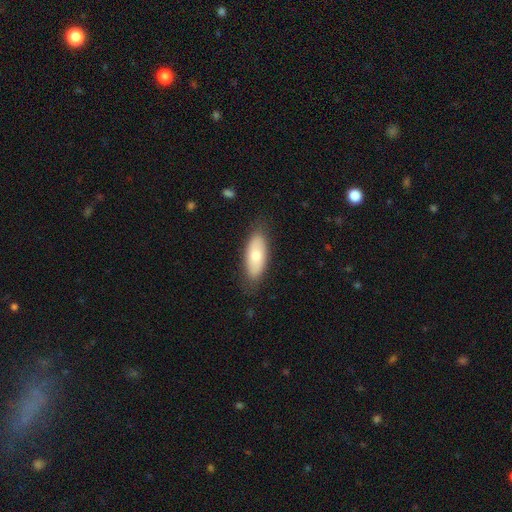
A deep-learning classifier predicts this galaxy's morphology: type=smooth (70%); roundness=in between (82%); merging=none (82%).